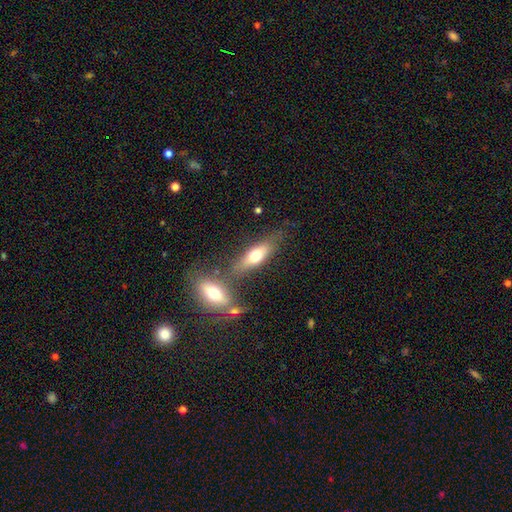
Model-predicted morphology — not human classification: This is likely a smooth galaxy (63%). How rounded: possibly in between (58%). Merging: likely none (60%).